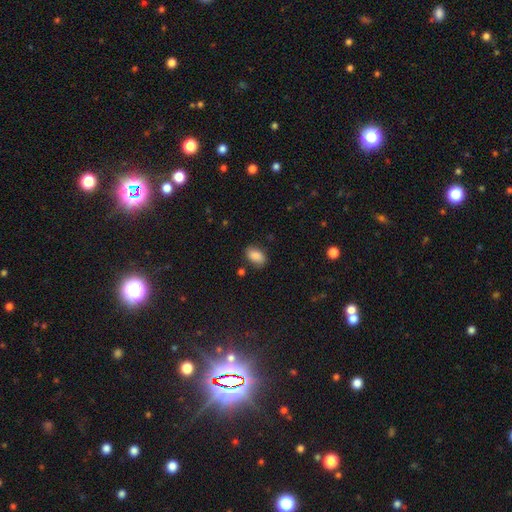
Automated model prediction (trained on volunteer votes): Q: Smooth or featured?
A: smooth (85%); runner-up: star or artifact (8%)
Q: How rounded?
A: in between (89%); runner-up: round (9%)
Q: Merging?
A: none (81%); runner-up: minor disturbance (13%)